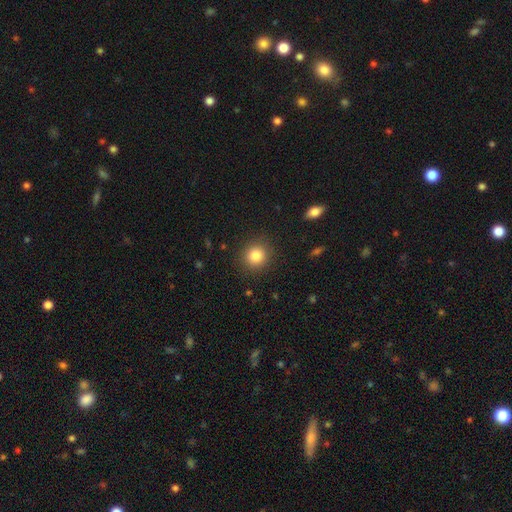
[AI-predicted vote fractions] A smooth galaxy with no disk features (84%) that is round (90%). Merging: none (90%).